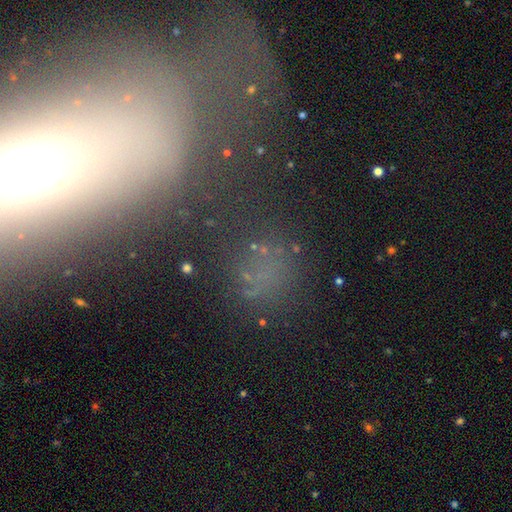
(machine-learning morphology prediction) type=star or artifact (45%).